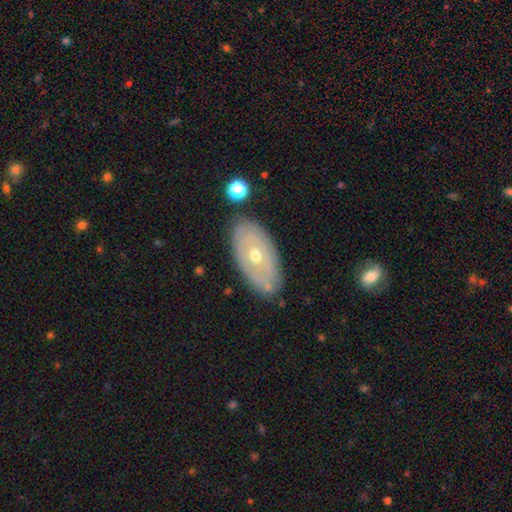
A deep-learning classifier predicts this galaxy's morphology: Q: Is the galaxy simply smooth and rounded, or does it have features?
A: featured or disk — 59%.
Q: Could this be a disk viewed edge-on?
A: no — 88%.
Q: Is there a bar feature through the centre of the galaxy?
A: no — 89%.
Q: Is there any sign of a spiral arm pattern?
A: no — 74%.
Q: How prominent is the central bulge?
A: moderate — 63%.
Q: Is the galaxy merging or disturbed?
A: none — 78%.